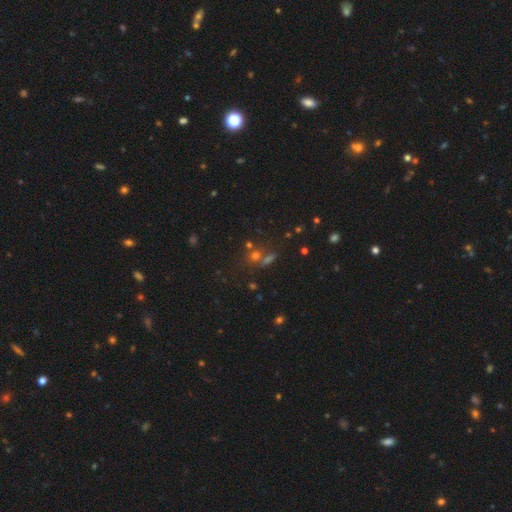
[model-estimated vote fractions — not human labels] The model was most divided on "smooth or featured": smooth: 48%, star or artifact: 39%, featured or disk: 13%. More confident: merging — none (54%).